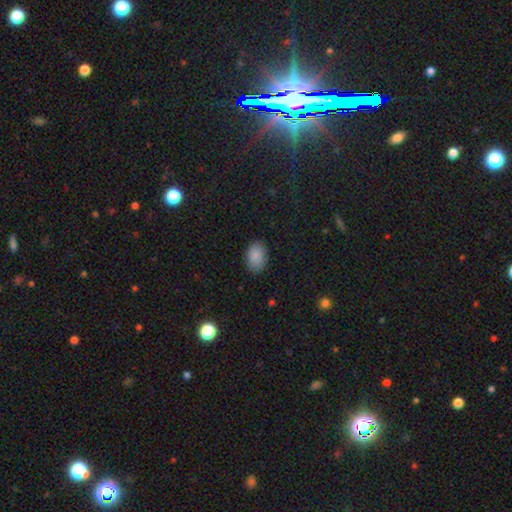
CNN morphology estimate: A smooth galaxy with no disk features (88%) that is in between round and cigar-shaped (88%).

Vote fractions:
- Smooth or featured? smooth: 88% / star or artifact: 8% / featured or disk: 4%
- How rounded? in between: 88% / round: 11% / cigar-shaped: 1%
- Merging? none: 85% / minor disturbance: 11% / major disturbance: 3% / merger: 1%